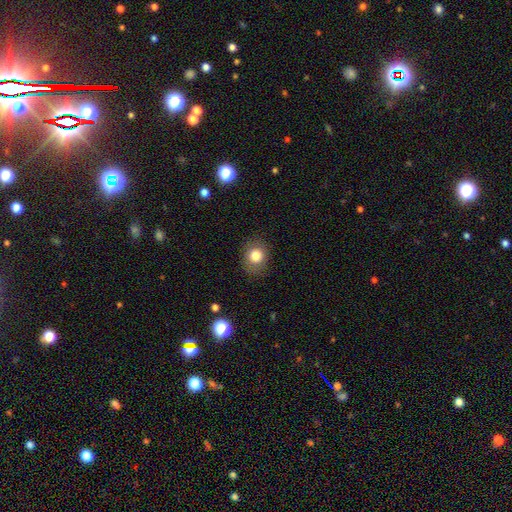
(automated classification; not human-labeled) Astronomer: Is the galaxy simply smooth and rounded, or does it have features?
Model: smooth — 80%.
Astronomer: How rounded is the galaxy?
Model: round — 55% (runner-up: in between, 45%).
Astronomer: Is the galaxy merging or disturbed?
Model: none — 83%.